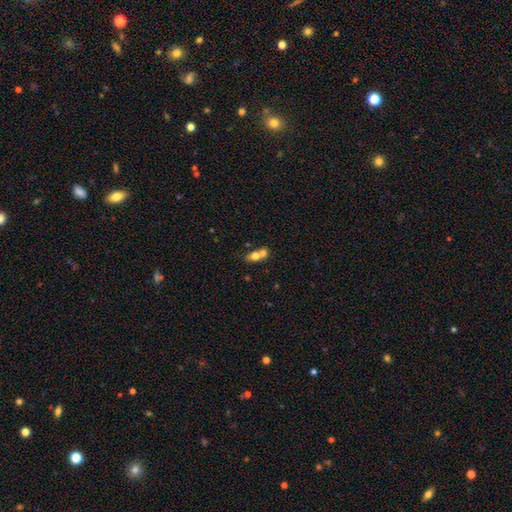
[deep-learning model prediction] The model was most divided on "how rounded": in between: 54%, round: 42%, cigar-shaped: 4%. More confident: smooth or featured — smooth (69%); merging — merger (66%).